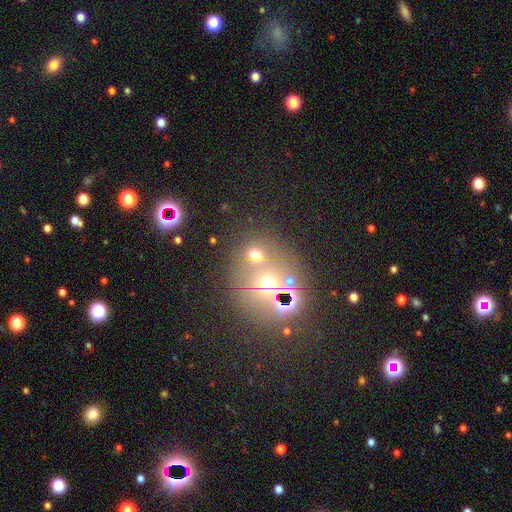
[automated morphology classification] A smooth galaxy with no disk features (53%) that is round (78%). Merging: none (57%).